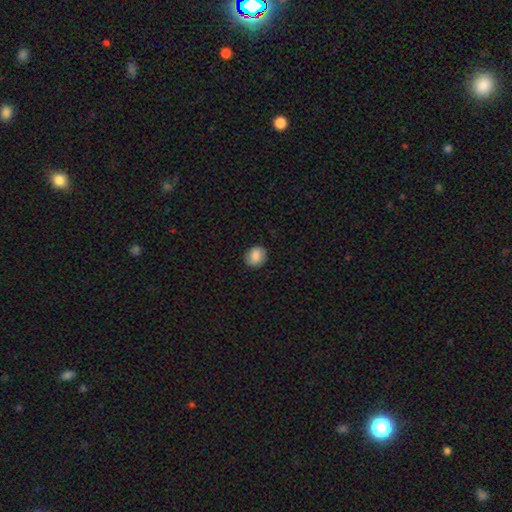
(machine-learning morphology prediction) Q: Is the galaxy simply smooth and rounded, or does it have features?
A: smooth — 82%.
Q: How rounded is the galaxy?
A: round — 67%.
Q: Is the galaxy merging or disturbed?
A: none — 86%.